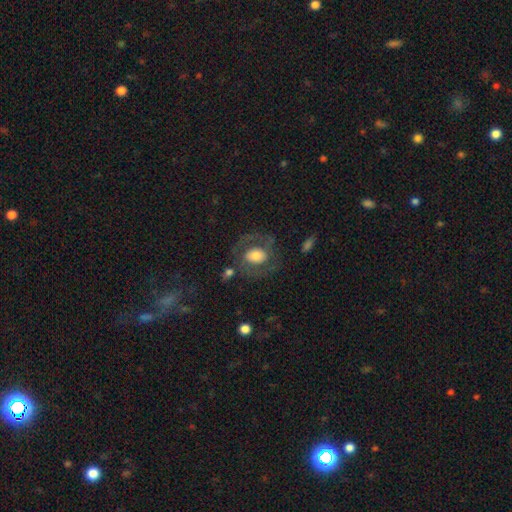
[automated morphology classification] smooth_or_featured: featured or disk (p=0.48) [alt: smooth p=0.45]
merging: none (p=0.66) [alt: minor disturbance p=0.16]